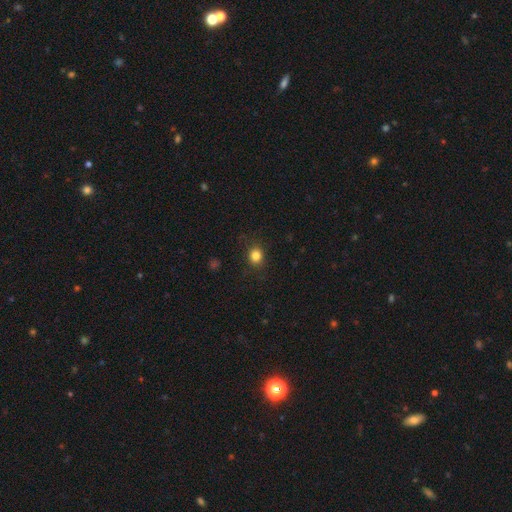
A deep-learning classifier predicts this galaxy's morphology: This is clearly a smooth galaxy (83%). How rounded: likely round (78%). Merging: clearly none (88%).